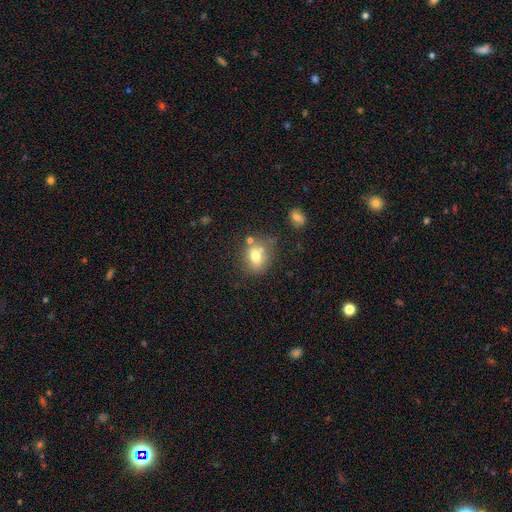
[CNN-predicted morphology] Smooth or featured? smooth (70%)
How rounded? in between (56%)
Merging? none (52%)